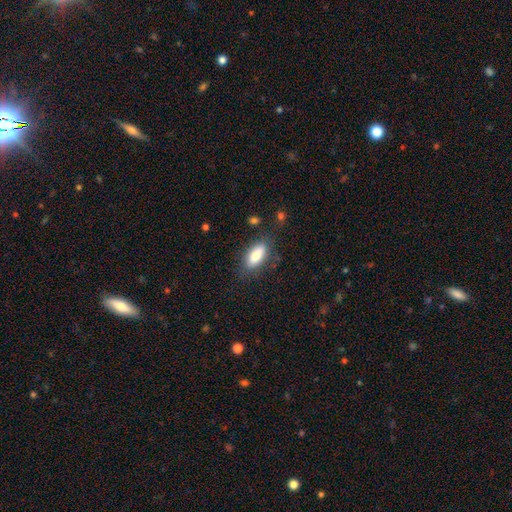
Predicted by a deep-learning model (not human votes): Overall: smooth (79%). How rounded: in between (83%). Merging: none (79%).